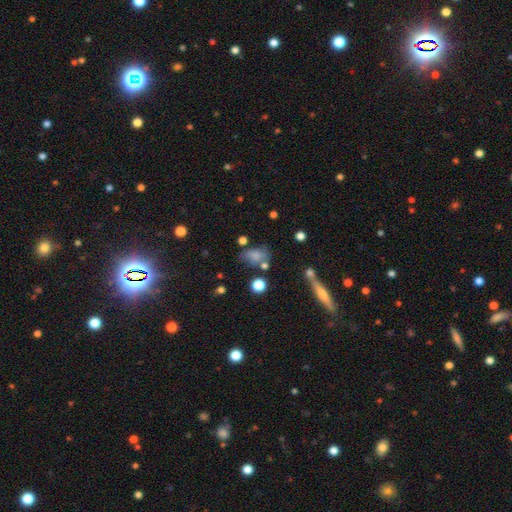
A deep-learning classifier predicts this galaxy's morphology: Q: Smooth or featured?
A: smooth (70%); runner-up: featured or disk (15%)
Q: How rounded?
A: in between (75%); runner-up: round (22%)
Q: Merging?
A: none (45%); runner-up: minor disturbance (27%)